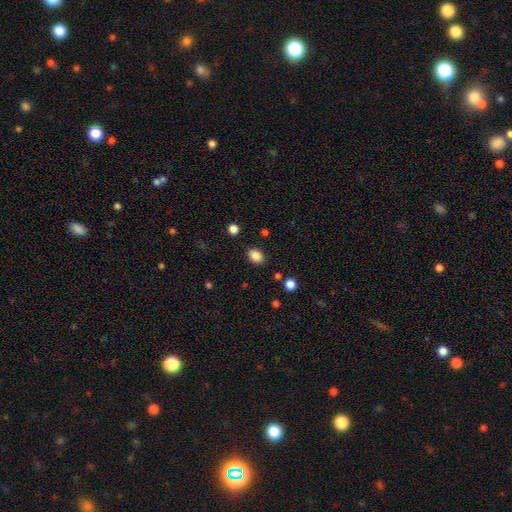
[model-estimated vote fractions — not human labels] This appears to be a smooth galaxy with no disk features (86%) that is in between round and cigar-shaped (70%). Merging: none (86%).